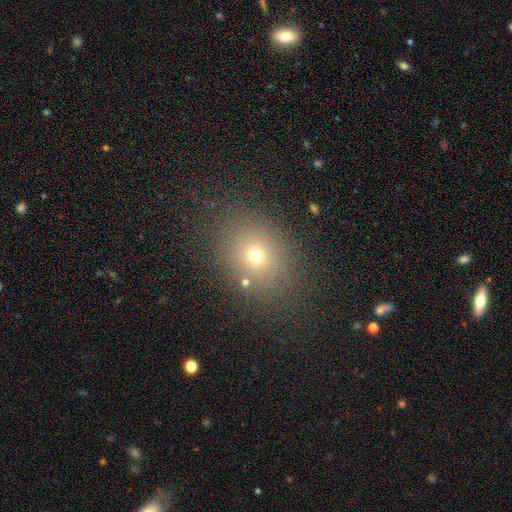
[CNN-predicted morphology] The model was most divided on "how rounded": round: 60%, in between: 39%, cigar-shaped: 1%. More confident: merging — none (82%); smooth or featured — smooth (67%).